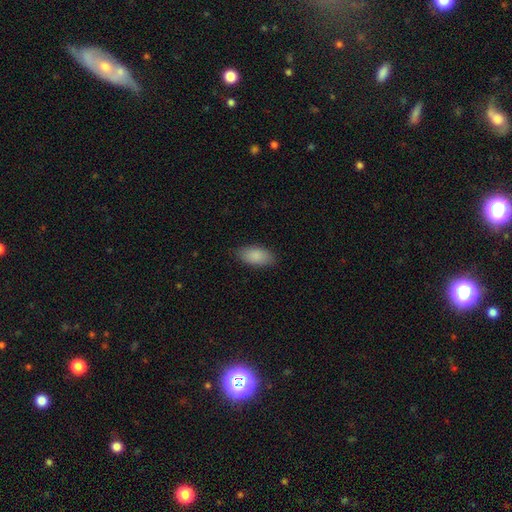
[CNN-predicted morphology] A smooth galaxy with no disk features (88%) that is in between round and cigar-shaped (93%).

Vote fractions:
- Smooth or featured? smooth: 88% / star or artifact: 6% / featured or disk: 5%
- How rounded? in between: 93% / cigar-shaped: 5% / round: 3%
- Merging? none: 85% / minor disturbance: 12% / major disturbance: 3% / merger: 1%